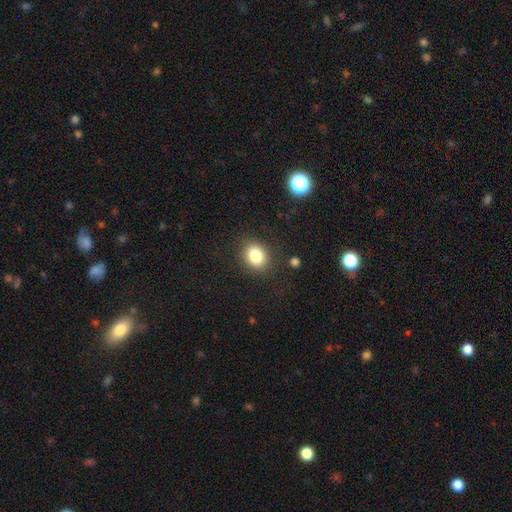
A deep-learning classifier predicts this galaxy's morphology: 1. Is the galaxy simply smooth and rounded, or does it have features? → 83% smooth, 10% star or artifact, 7% featured or disk.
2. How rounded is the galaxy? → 53% round, 47% in between, 1% cigar-shaped.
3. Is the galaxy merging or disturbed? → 86% none, 9% minor disturbance, 3% major disturbance, 2% merger.